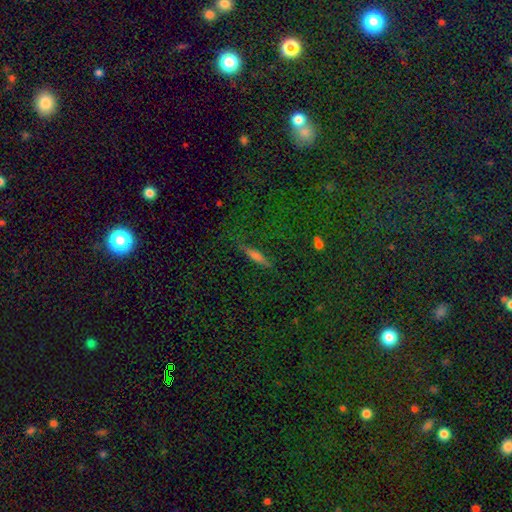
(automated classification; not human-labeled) Overall: smooth (48%; featured or disk 38%). Merging: none (80%).